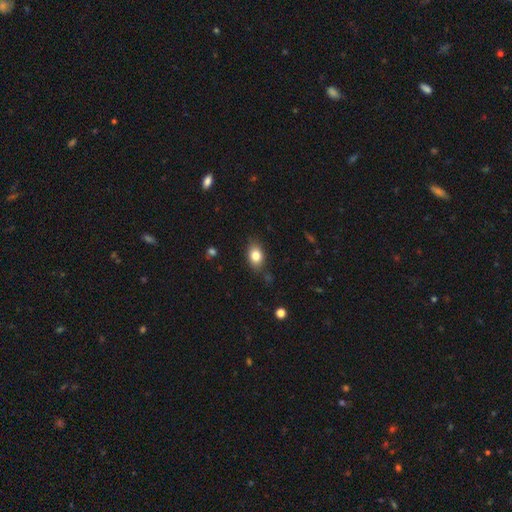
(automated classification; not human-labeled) A smooth galaxy with no disk features (82%) that is in between round and cigar-shaped (79%). Merging: none (80%).